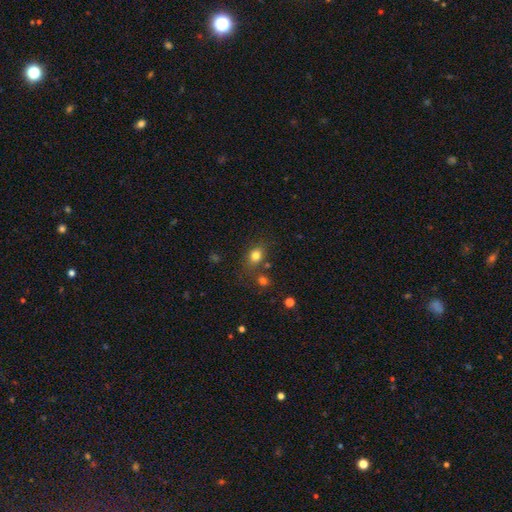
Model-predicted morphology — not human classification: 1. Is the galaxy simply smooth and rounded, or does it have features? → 80% smooth, 13% star or artifact, 8% featured or disk.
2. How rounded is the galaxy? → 50% in between, 48% round, 1% cigar-shaped.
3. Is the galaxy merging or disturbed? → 69% none, 15% minor disturbance, 11% merger, 5% major disturbance.